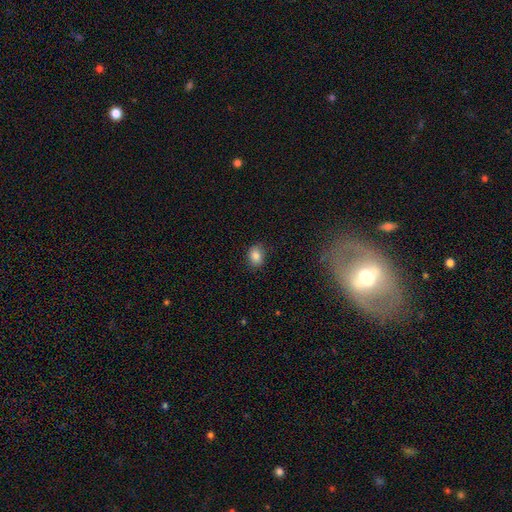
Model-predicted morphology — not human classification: Smooth or featured? smooth (86%)
How rounded? in between (57%)
Merging? none (84%)